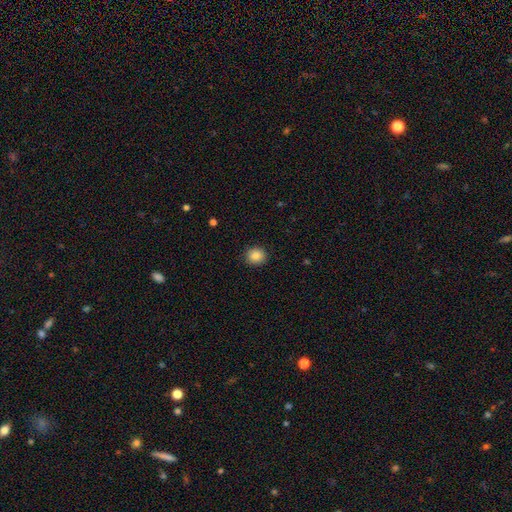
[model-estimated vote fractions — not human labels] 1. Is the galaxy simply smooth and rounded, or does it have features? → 85% smooth, 10% star or artifact, 5% featured or disk.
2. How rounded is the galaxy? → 85% round, 14% in between, 1% cigar-shaped.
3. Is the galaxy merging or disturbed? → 90% none, 7% minor disturbance, 2% major disturbance, 1% merger.